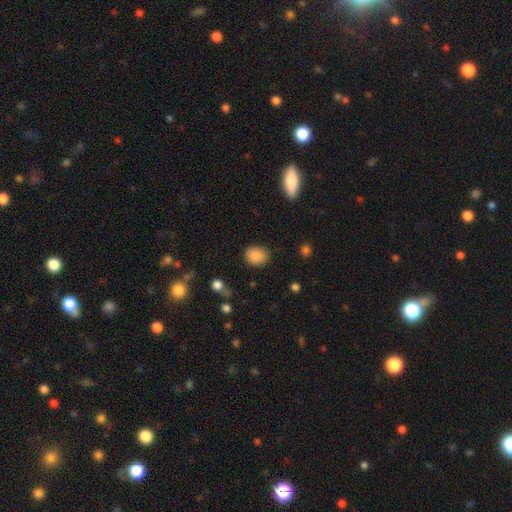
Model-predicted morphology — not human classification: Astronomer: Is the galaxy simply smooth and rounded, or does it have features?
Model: smooth — 87%.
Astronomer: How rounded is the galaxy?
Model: round — 50% (runner-up: in between, 49%).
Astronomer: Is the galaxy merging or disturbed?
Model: none — 81%.